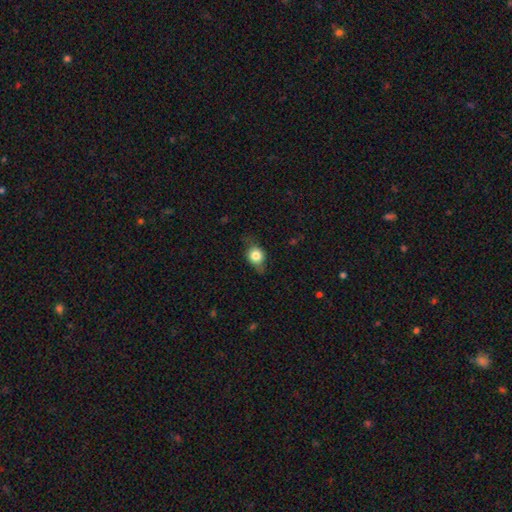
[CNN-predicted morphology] A smooth galaxy with no disk features (74%) that is round (60%).

Vote fractions:
- Smooth or featured? smooth: 74% / featured or disk: 17% / star or artifact: 9%
- How rounded? round: 60% / in between: 38% / cigar-shaped: 2%
- Merging? none: 65% / minor disturbance: 25% / major disturbance: 8% / merger: 1%